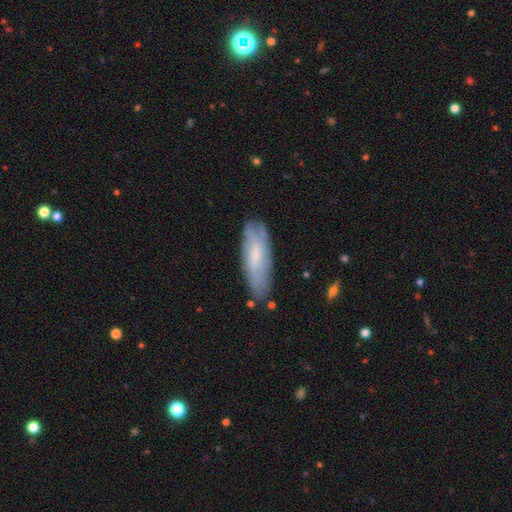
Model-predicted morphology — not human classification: Smooth or featured: smooth — 58% (featured or disk — 35%)
How rounded: in between — 55% (cigar-shaped — 43%)
Merging: none — 77% (minor disturbance — 18%)